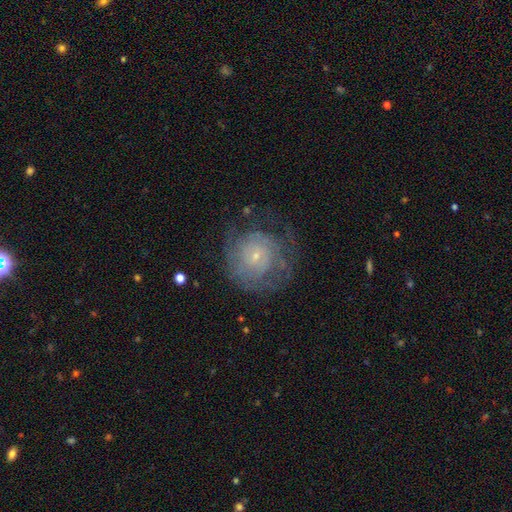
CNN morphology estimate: This is likely a featured or disk galaxy (60%). It is clearly not viewed edge-on (97%). Bar: likely no (79%). Spiral arm pattern: likely yes (71%). Central bulge: likely small (79%). Merging: likely none (63%).